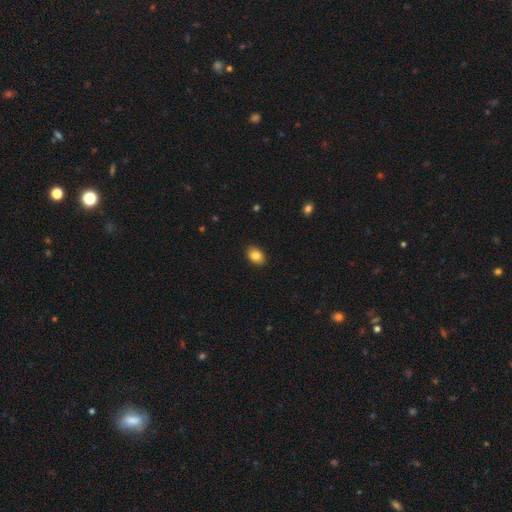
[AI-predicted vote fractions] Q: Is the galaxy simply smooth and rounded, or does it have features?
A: smooth — 85%.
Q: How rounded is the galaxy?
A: in between — 79%.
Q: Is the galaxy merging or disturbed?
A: none — 89%.